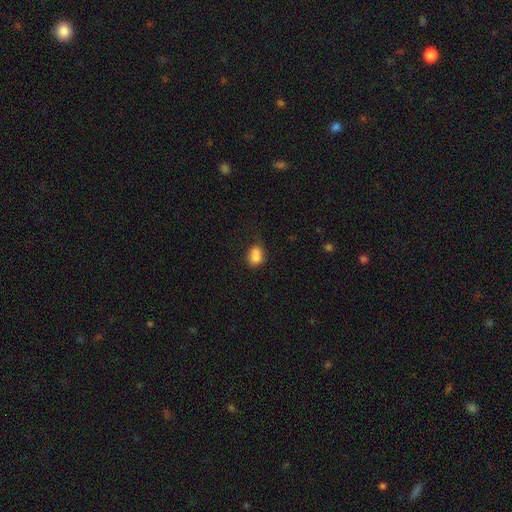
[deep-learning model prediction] This appears to be a smooth galaxy with no disk features (76%) that is in between round and cigar-shaped (55%). Merging: merger (44%).